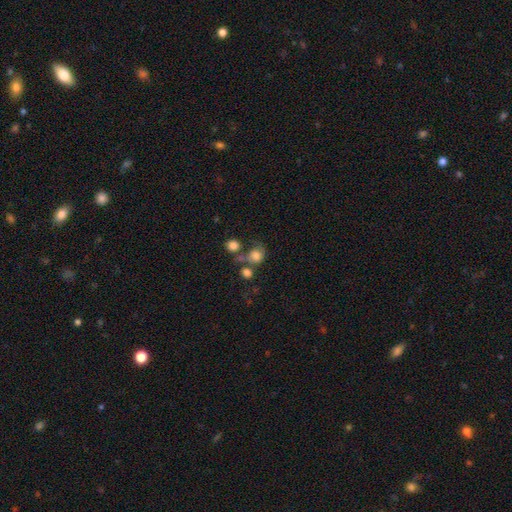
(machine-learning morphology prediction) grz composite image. It shows a smooth galaxy with no disk features (73%) that is round (68%). Merging: none (35%).